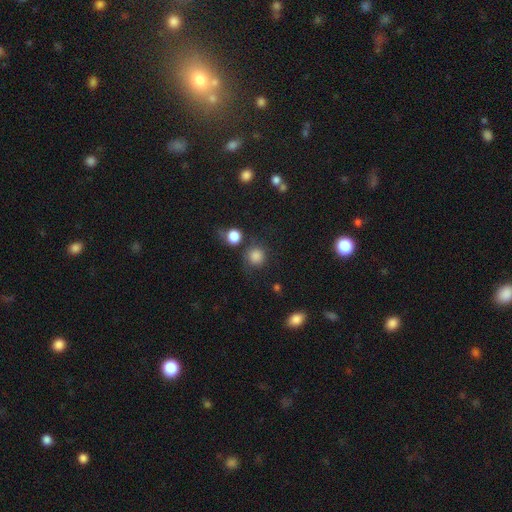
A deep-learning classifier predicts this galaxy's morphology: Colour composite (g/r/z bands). It shows a smooth galaxy with no disk features (83%) that is round (90%). Merging: none (69%).